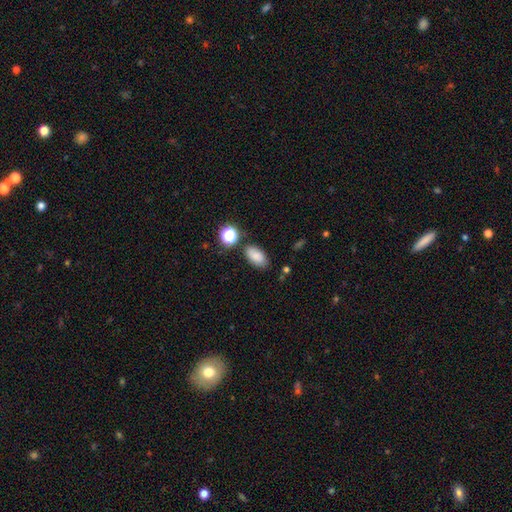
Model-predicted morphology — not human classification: This appears to be a smooth galaxy with no disk features (83%) that is in between round and cigar-shaped (91%). Merging: none (77%).